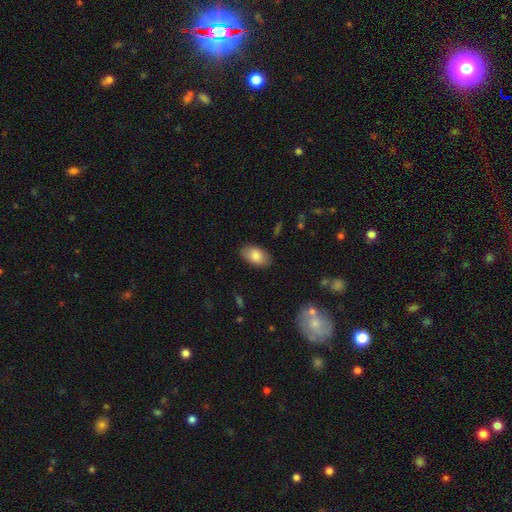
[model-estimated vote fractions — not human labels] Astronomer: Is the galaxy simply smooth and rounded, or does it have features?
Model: smooth — 84%.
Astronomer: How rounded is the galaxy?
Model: in between — 93%.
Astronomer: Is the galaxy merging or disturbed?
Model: none — 86%.